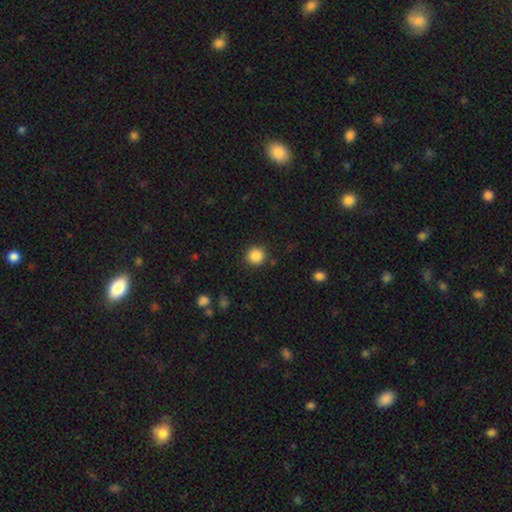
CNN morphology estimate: smooth_or_featured: smooth (p=0.86) [alt: star or artifact p=0.10]
how_rounded: round (p=0.94) [alt: in between p=0.05]
merging: none (p=0.89) [alt: minor disturbance p=0.07]